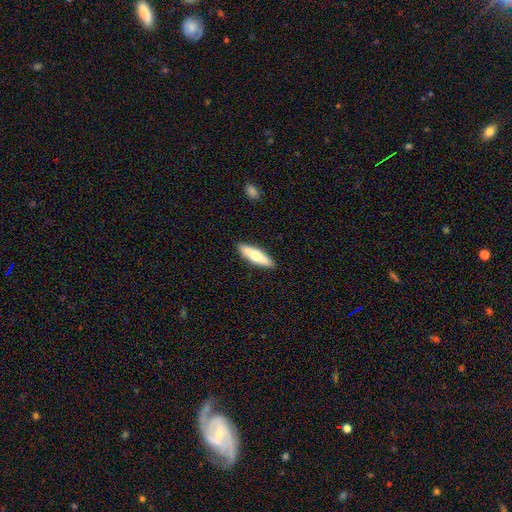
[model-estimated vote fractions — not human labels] Smooth or featured?
  - smooth: 56% *
  - featured or disk: 38%
  - star or artifact: 6%
How rounded?
  - cigar-shaped: 66% *
  - in between: 33%
  - round: 2%
Merging?
  - none: 89% *
  - minor disturbance: 8%
  - major disturbance: 2%
  - merger: 1%